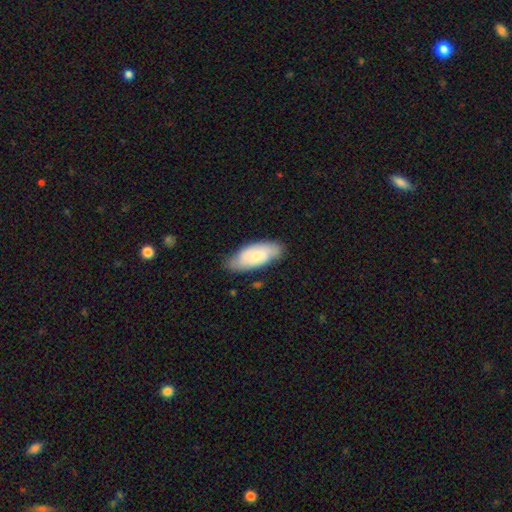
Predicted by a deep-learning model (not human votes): A smooth galaxy with no disk features (56%) that is in between round and cigar-shaped (84%). Merging: none (71%).